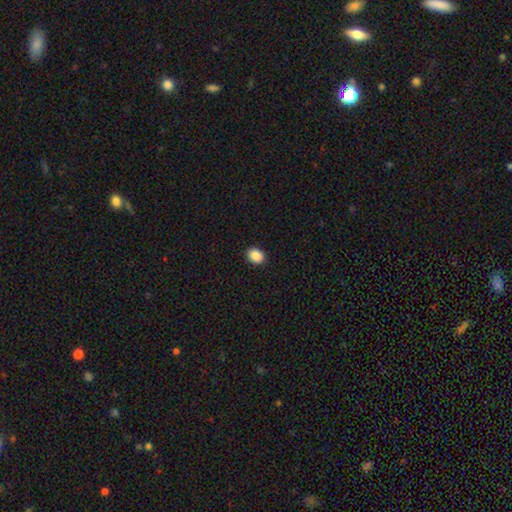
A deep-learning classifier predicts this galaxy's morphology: The model was most divided on "how rounded": in between: 59%, round: 40%, cigar-shaped: 1%. More confident: merging — none (91%); smooth or featured — smooth (89%).